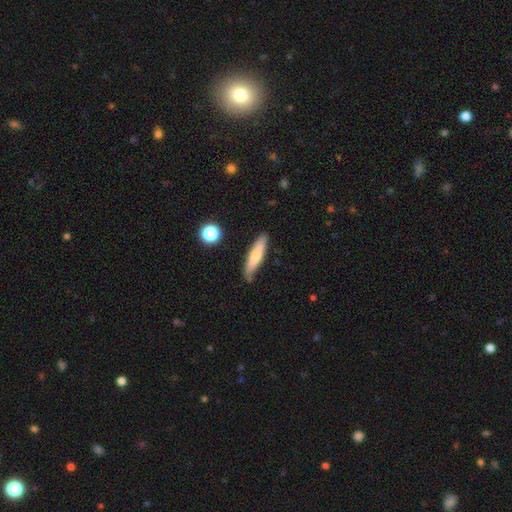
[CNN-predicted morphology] smooth-or-featured: smooth: 69% | featured or disk: 25% | star or artifact: 6%
  how-rounded: cigar-shaped: 83% | in between: 16% | round: 2%
  merging: none: 81% | minor disturbance: 13% | merger: 3% | major disturbance: 2%